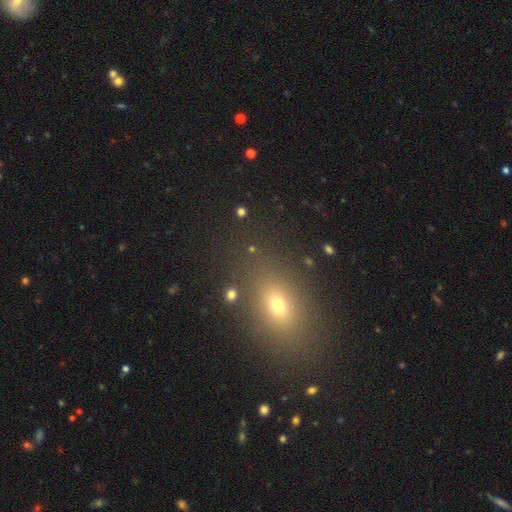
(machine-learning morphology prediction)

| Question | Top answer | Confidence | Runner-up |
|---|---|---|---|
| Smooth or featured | smooth | 60% | star or artifact (29%) |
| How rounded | in between | 69% | round (28%) |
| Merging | none | 85% | minor disturbance (8%) |